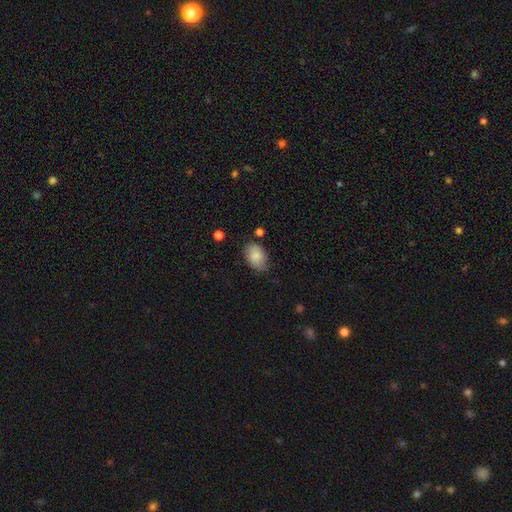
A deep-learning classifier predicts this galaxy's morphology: The model was most divided on "merging": none: 70%, minor disturbance: 22%, major disturbance: 5%, merger: 3%. More confident: how rounded — in between (85%); smooth or featured — smooth (82%).